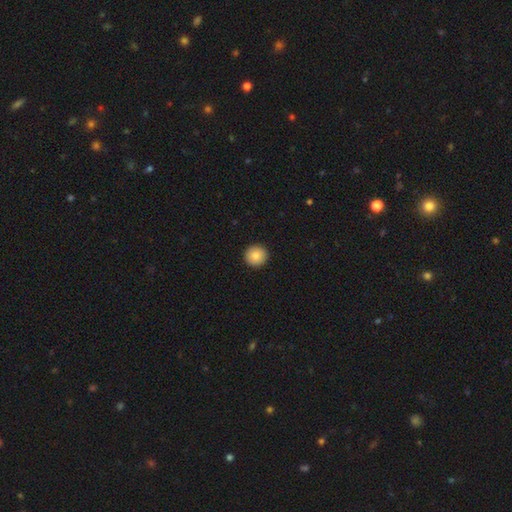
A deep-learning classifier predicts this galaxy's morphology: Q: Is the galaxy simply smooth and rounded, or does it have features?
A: smooth — 85%.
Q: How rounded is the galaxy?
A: round — 95%.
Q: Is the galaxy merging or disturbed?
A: none — 94%.